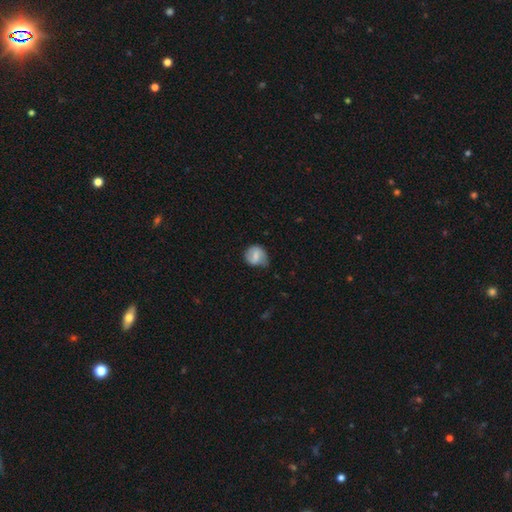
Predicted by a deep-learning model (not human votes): This appears to be a smooth galaxy with no disk features (59%) that is round (75%). Merging: none (54%).